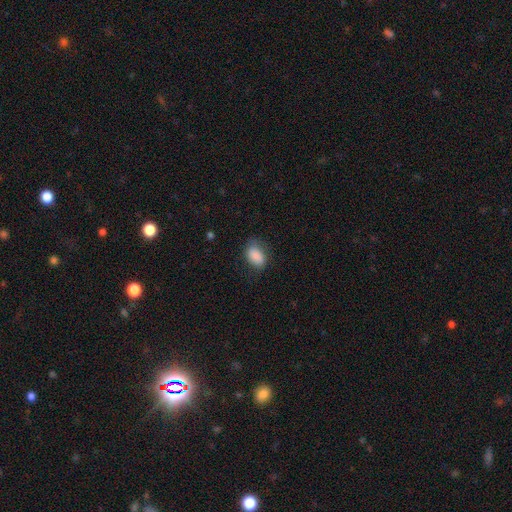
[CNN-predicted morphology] type=smooth (86%); roundness=in between (87%); merging=none (65%).